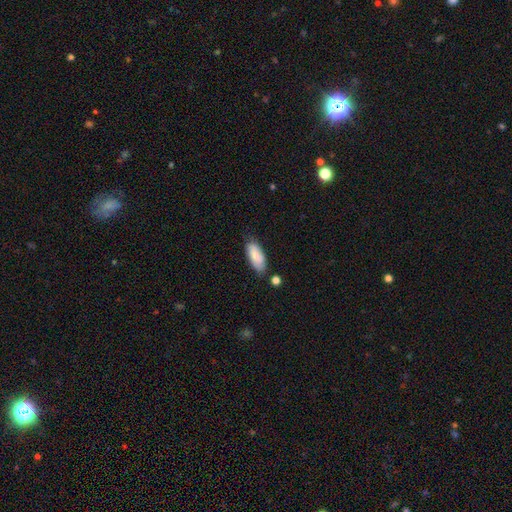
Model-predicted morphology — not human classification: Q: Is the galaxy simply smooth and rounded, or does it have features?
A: smooth — 84%.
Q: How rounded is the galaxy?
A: in between — 82%.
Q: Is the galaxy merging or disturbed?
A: none — 73%.